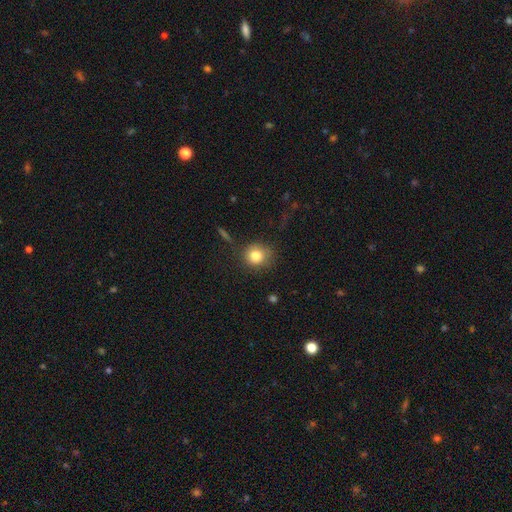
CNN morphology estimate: Smooth or featured? smooth (82%)
How rounded? round (83%)
Merging? none (77%)